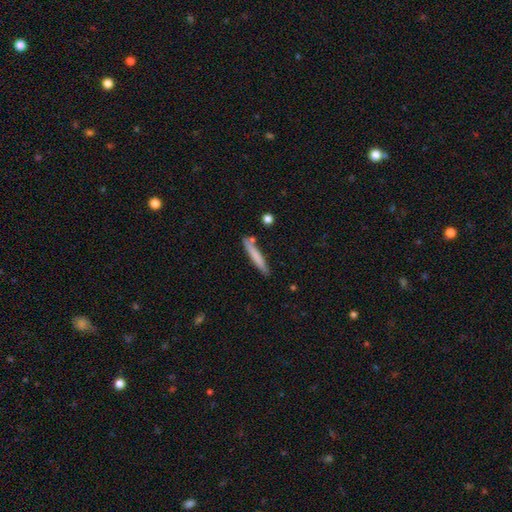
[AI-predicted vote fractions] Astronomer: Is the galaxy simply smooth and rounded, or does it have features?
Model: smooth — 72%.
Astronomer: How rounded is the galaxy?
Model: cigar-shaped — 94%.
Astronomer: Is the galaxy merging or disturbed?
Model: none — 79%.